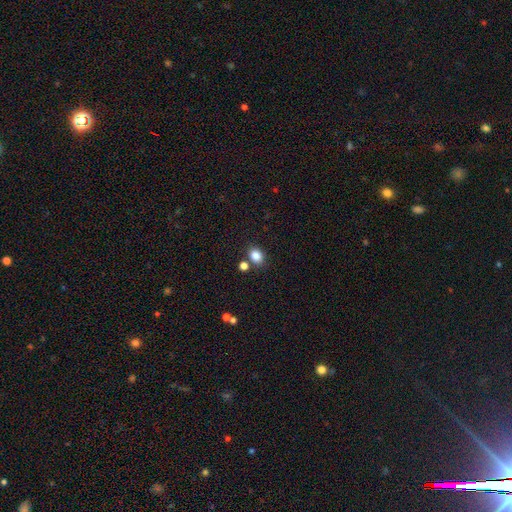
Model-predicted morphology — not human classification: smooth 84%, star or artifact 11%, featured or disk 5%. Down the decision tree: how rounded — in between (53%); merging — none (74%).